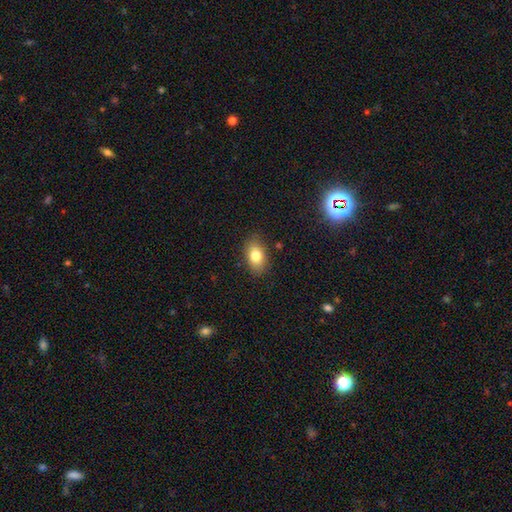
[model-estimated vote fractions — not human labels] Overall: smooth (80%). How rounded: in between (87%). Merging: none (84%).